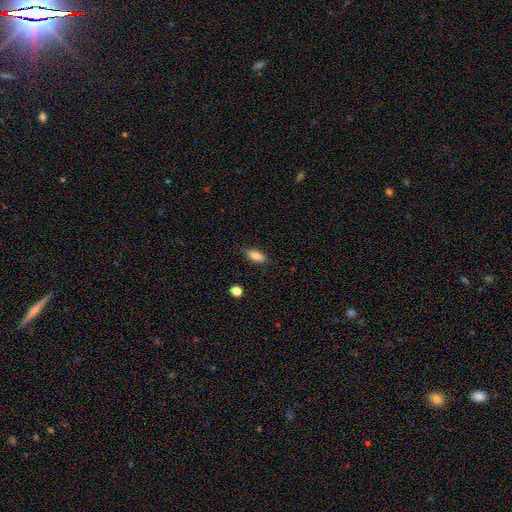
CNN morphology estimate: Overall: smooth (85%). How rounded: in between (84%). Merging: none (84%).